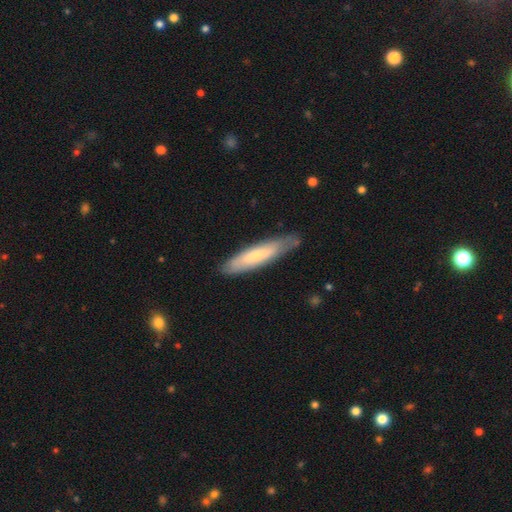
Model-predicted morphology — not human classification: Smooth or featured? Predicted: smooth (p=0.59). How rounded? Predicted: cigar-shaped (p=0.79). Merging? Predicted: none (p=0.78).